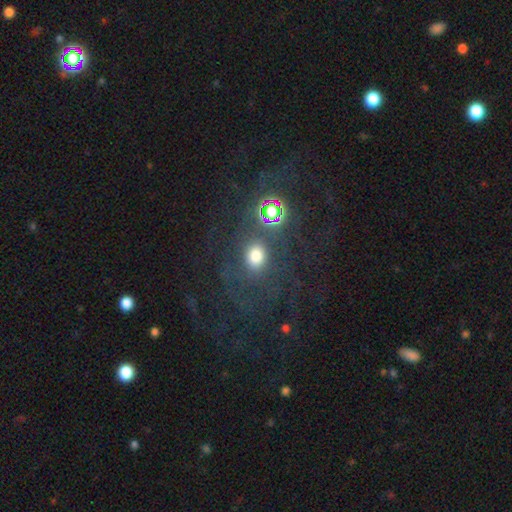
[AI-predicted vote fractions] smooth-or-featured: smooth: 54% | star or artifact: 27% | featured or disk: 19%
  how-rounded: round: 52% | in between: 46% | cigar-shaped: 2%
  merging: none: 69% | minor disturbance: 13% | major disturbance: 13% | merger: 5%